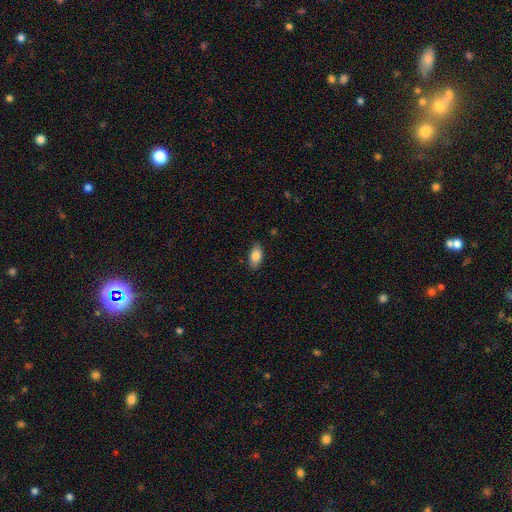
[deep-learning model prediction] Morphology: type=smooth (84%); roundness=in between (91%); merging=none (85%).